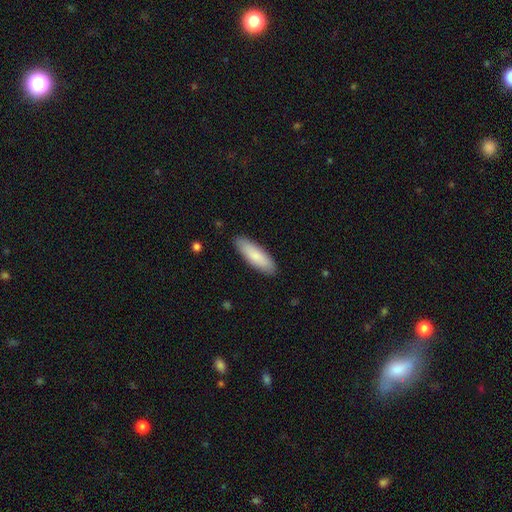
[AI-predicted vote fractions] Smooth or featured: smooth — 82% (featured or disk — 12%)
How rounded: cigar-shaped — 50% (in between — 49%)
Merging: none — 88% (minor disturbance — 9%)